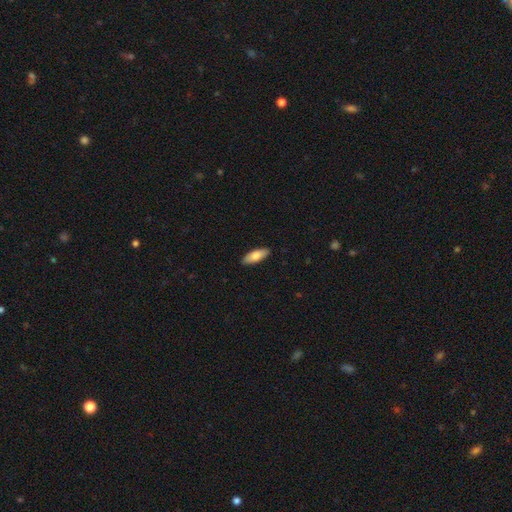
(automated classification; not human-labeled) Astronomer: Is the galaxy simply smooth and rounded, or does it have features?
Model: smooth — 79%.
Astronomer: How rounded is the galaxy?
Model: in between — 71%.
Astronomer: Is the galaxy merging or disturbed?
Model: none — 90%.